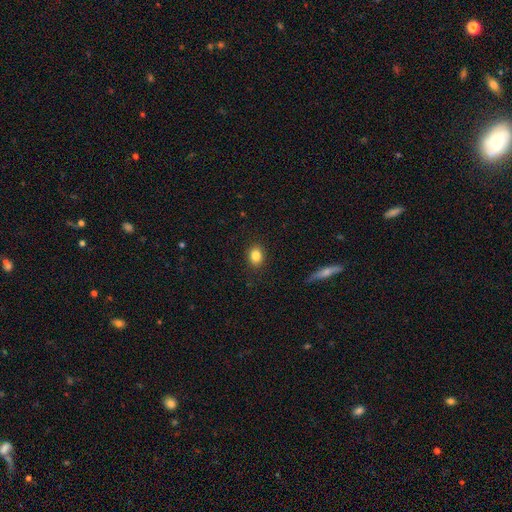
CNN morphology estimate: smooth_or_featured: smooth (p=0.84) [alt: star or artifact p=0.10]
how_rounded: in between (p=0.51) [alt: round p=0.48]
merging: none (p=0.88) [alt: minor disturbance p=0.08]